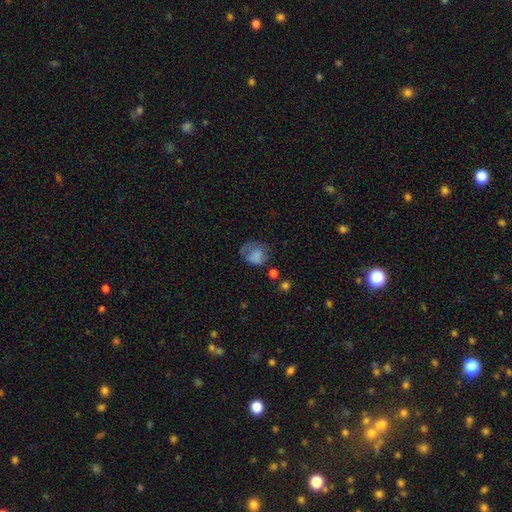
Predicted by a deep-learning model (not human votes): Smooth or featured: smooth — 71% (featured or disk — 17%)
How rounded: round — 57% (in between — 42%)
Merging: none — 39% (minor disturbance — 29%)